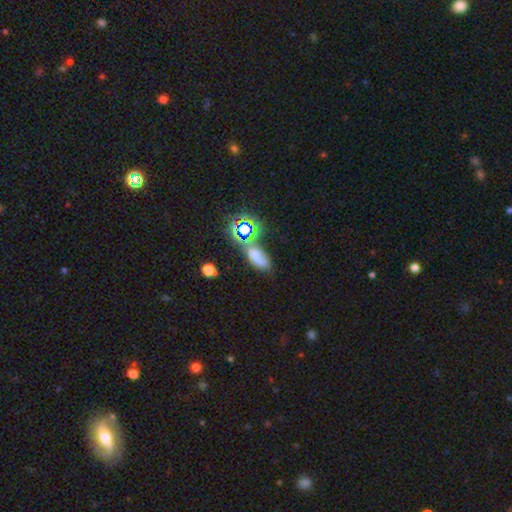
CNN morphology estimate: smooth 53%, star or artifact 31%, featured or disk 16%. Down the decision tree: how rounded — in between (75%); merging — none (45%).